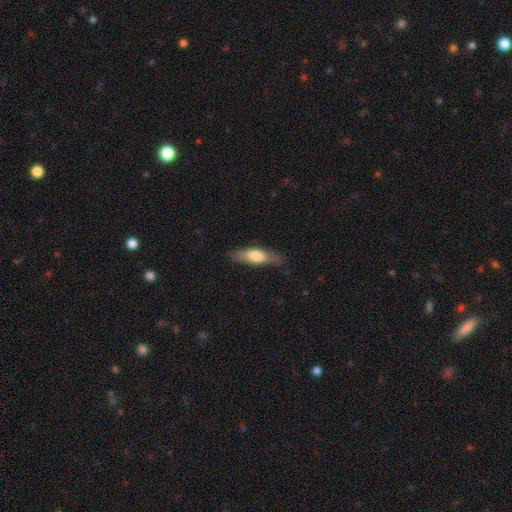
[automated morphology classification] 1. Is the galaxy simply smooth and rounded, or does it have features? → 65% smooth, 29% featured or disk, 6% star or artifact.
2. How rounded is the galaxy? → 51% in between, 47% cigar-shaped, 3% round.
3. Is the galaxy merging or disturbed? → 75% none, 19% minor disturbance, 5% major disturbance, 1% merger.